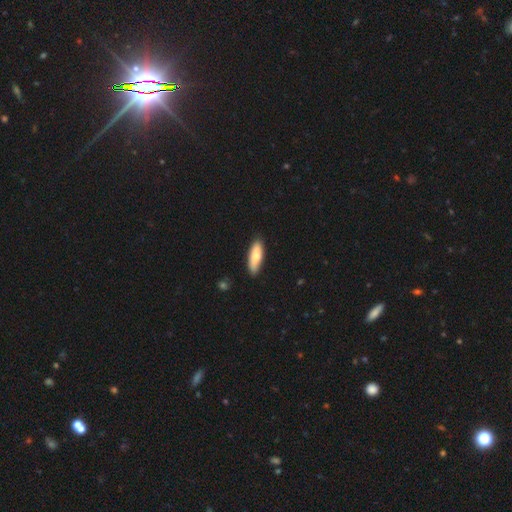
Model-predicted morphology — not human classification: smooth_or_featured: smooth (p=0.80) [alt: featured or disk p=0.15]
how_rounded: in between (p=0.52) [alt: cigar-shaped p=0.46]
merging: none (p=0.85) [alt: minor disturbance p=0.12]